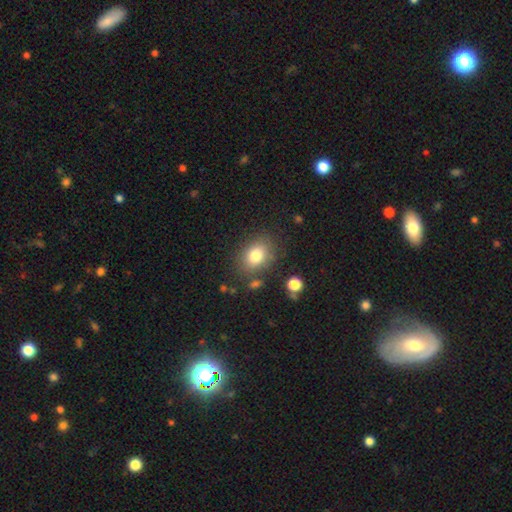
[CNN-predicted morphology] smooth-or-featured: smooth: 81% | star or artifact: 10% | featured or disk: 9%
  how-rounded: in between: 66% | round: 33% | cigar-shaped: 1%
  merging: none: 78% | minor disturbance: 13% | major disturbance: 5% | merger: 4%